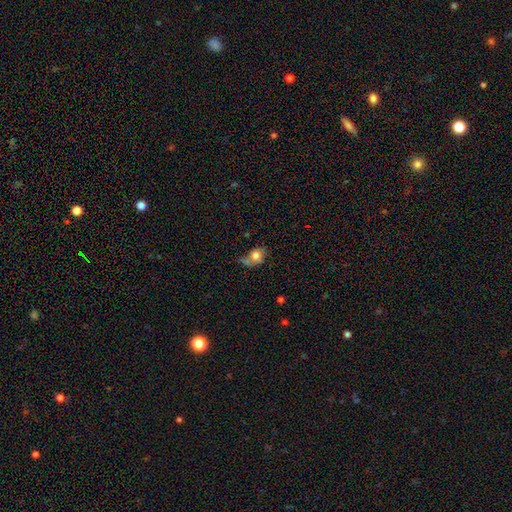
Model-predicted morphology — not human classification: smooth 70%, featured or disk 19%, star or artifact 11%. Down the decision tree: how rounded — in between (52%); merging — none (30%, tied with major disturbance).